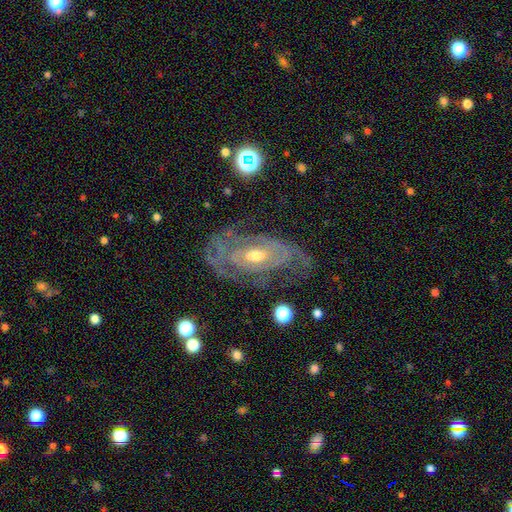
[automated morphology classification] type=featured or disk (84%); edge-on=no (93%); bar=no (57%); spiral arms=yes (84%); winding=tight (56%); arm count=can't tell (44%); bulge=moderate (56%); merging=none (60%).